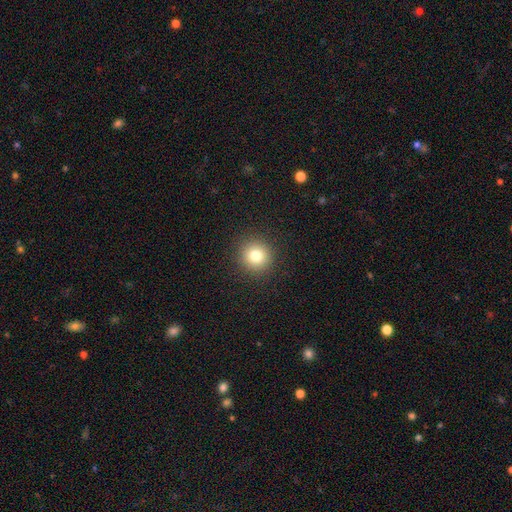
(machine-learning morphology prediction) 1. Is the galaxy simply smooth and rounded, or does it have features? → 80% smooth, 12% star or artifact, 8% featured or disk.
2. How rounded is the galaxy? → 94% round, 5% in between, 1% cigar-shaped.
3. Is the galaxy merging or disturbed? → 92% none, 5% minor disturbance, 2% major disturbance, 1% merger.